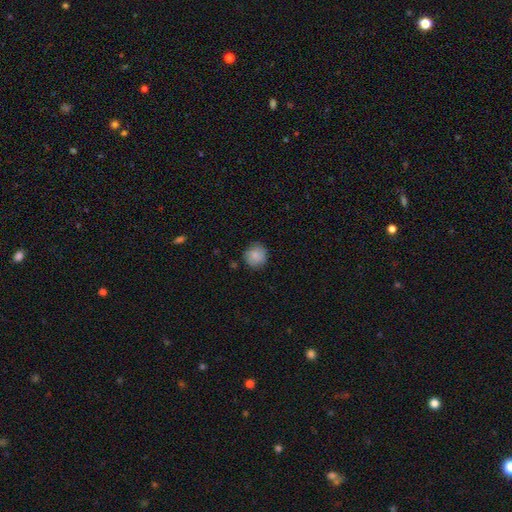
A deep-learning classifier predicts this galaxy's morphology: Smooth or featured? Predicted: smooth (p=0.84). How rounded? Predicted: round (p=0.91). Merging? Predicted: none (p=0.82).